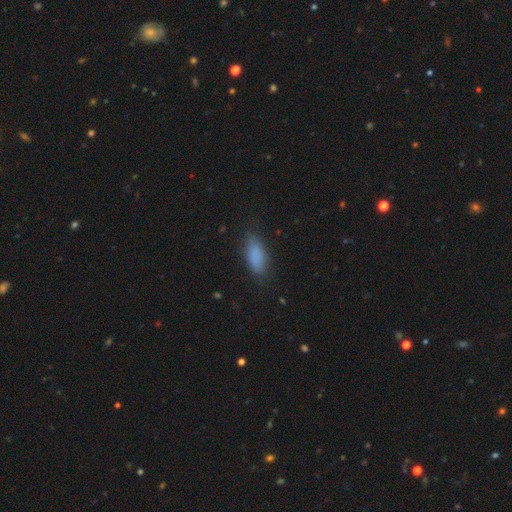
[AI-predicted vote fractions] smooth_or_featured: smooth (p=0.86) [alt: star or artifact p=0.08]
how_rounded: in between (p=0.78) [alt: cigar-shaped p=0.19]
merging: none (p=0.81) [alt: minor disturbance p=0.14]